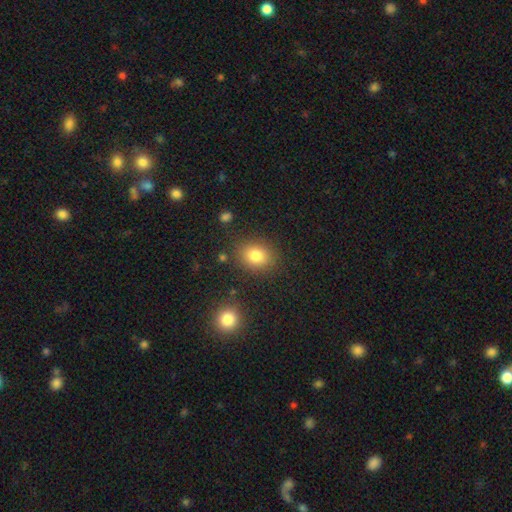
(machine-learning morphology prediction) Smooth or featured: smooth — 82% (star or artifact — 11%)
How rounded: round — 54% (in between — 45%)
Merging: none — 82% (minor disturbance — 11%)